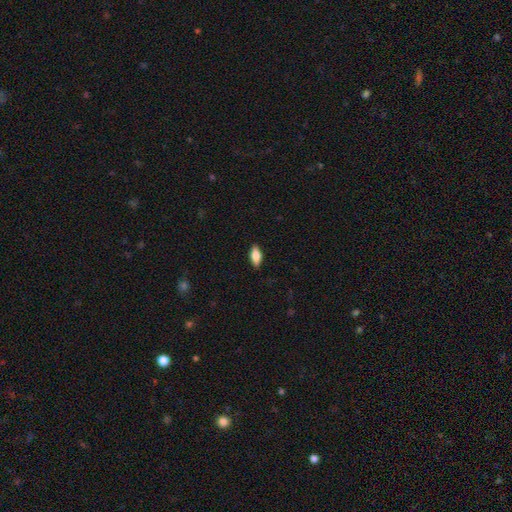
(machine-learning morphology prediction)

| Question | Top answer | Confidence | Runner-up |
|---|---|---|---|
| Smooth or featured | smooth | 75% | featured or disk (18%) |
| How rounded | in between | 81% | cigar-shaped (17%) |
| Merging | none | 88% | minor disturbance (9%) |